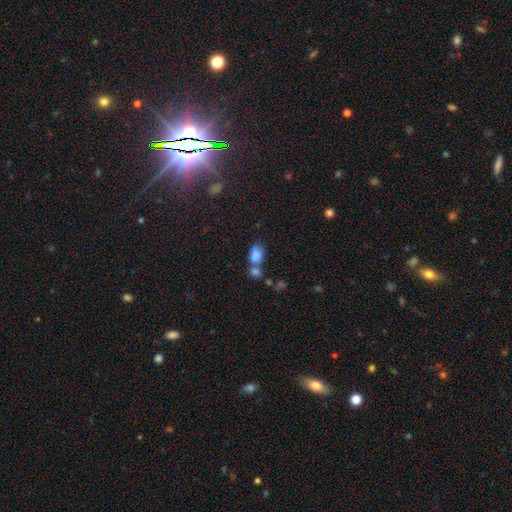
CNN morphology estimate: This is likely a smooth galaxy (76%). How rounded: clearly in between (82%). Merging: possibly merger (53%).